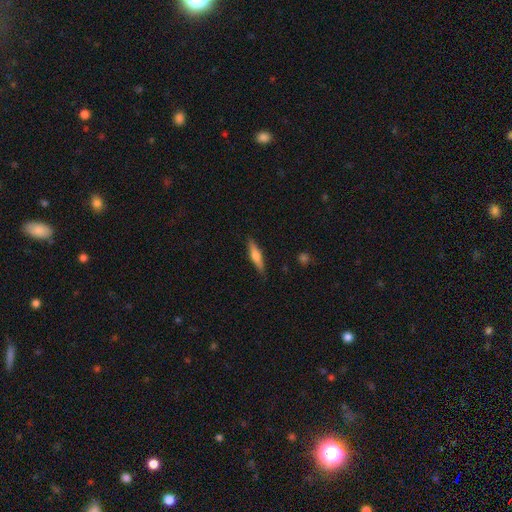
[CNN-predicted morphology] Smooth or featured?
  - smooth: 51% *
  - featured or disk: 43%
  - star or artifact: 6%
How rounded?
  - cigar-shaped: 81% *
  - in between: 17%
  - round: 2%
Merging?
  - none: 87% *
  - minor disturbance: 9%
  - major disturbance: 2%
  - merger: 1%